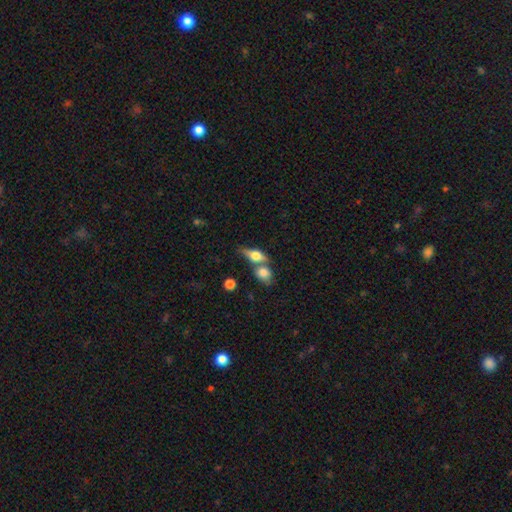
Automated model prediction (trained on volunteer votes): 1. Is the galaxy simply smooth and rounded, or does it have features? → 54% smooth, 38% featured or disk, 8% star or artifact.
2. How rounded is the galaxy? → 61% in between, 25% cigar-shaped, 14% round.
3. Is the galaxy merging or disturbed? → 42% merger (tied), 42% none (tied), 11% minor disturbance, 5% major disturbance.